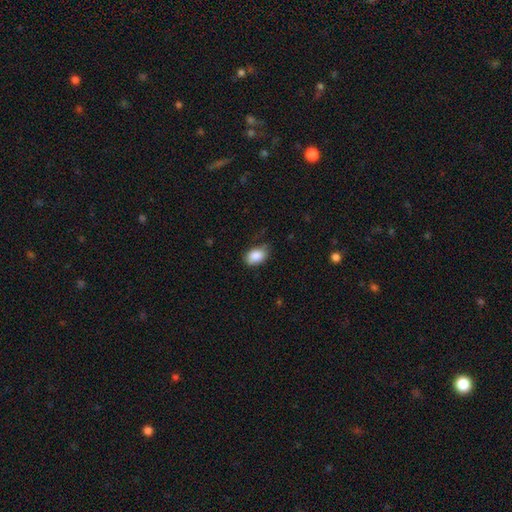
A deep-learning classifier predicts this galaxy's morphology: The model was most divided on "merging": none: 71%, minor disturbance: 23%, major disturbance: 5%, merger: 1%. More confident: how rounded — in between (88%); smooth or featured — smooth (86%).